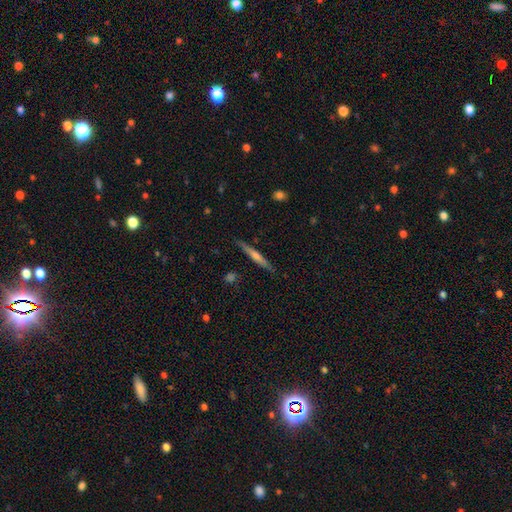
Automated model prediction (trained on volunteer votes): Smooth or featured: featured or disk — 58% (smooth — 35%)
Edge-on disk: yes — 97% (no — 3%)
Edge-on bulge: rounded — 64% (none — 27%)
Merging: none — 88% (minor disturbance — 9%)